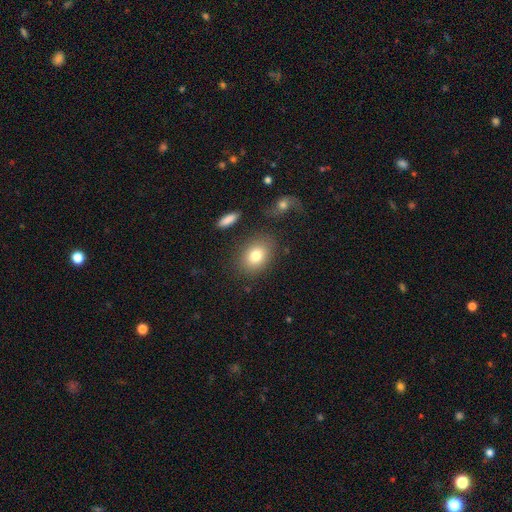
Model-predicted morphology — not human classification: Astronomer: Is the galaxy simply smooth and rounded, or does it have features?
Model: smooth — 79%.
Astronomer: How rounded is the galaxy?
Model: in between — 69%.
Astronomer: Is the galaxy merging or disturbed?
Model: none — 81%.